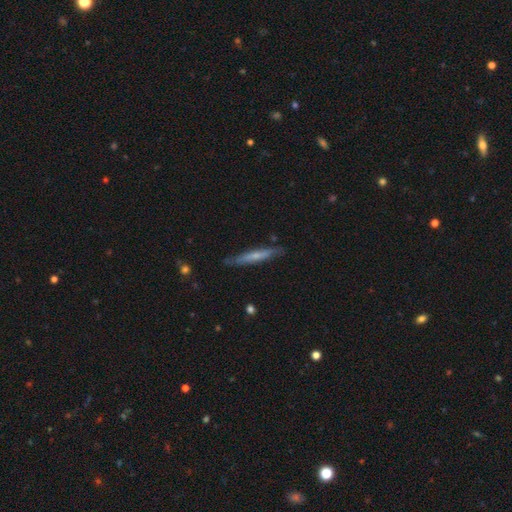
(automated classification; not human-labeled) Smooth or featured: smooth — 49% (featured or disk — 45%)
Merging: none — 81% (minor disturbance — 15%)